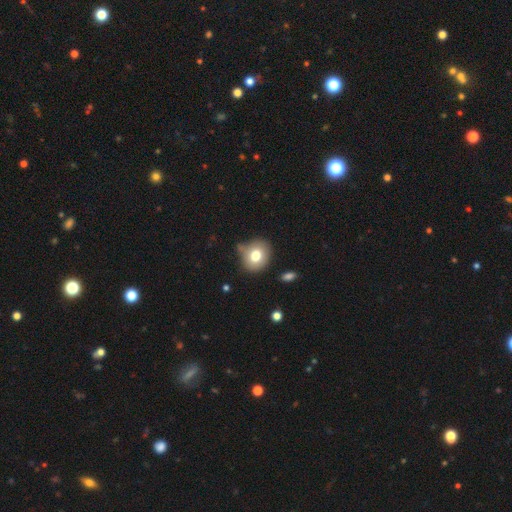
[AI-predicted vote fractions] smooth_or_featured: smooth (p=0.75) [alt: featured or disk p=0.15]
how_rounded: round (p=0.73) [alt: in between p=0.27]
merging: none (p=0.66) [alt: minor disturbance p=0.23]